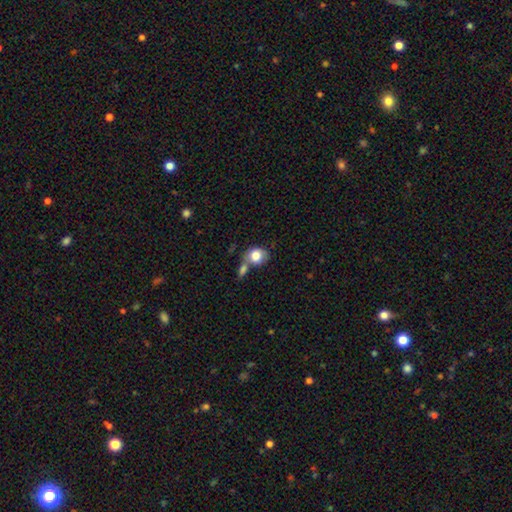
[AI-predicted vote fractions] Q: Smooth or featured?
A: smooth (80%); runner-up: featured or disk (13%)
Q: How rounded?
A: round (58%); runner-up: in between (41%)
Q: Merging?
A: merger (40%); runner-up: none (38%)